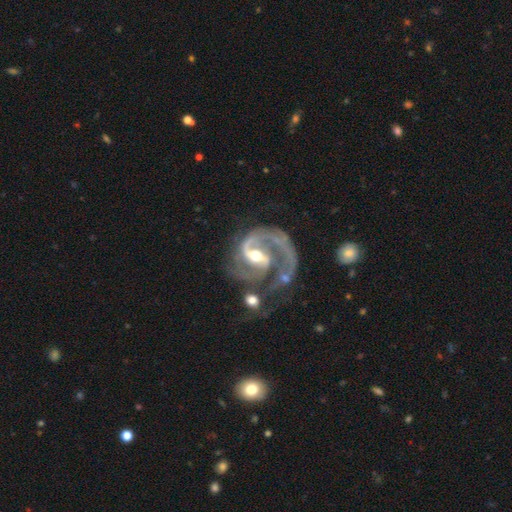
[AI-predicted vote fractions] smooth-or-featured: featured or disk: 92% | star or artifact: 4% | smooth: 4%
  disk-edge-on: no: 98% | yes: 2%
    bar: weak: 44% | strong: 38% | no: 18%
    has-spiral-arms: yes: 97% | no: 3%
      spiral-winding: medium: 54% | loose: 27% | tight: 20%
      spiral-arm-count: 2: 62% | 1: 26% | 3: 4% | can't tell: 4% | 4: 2% | more than 4: 2%
    bulge-size: moderate: 68% | small: 24% | large: 6% | none: 1% | dominant: 1%
  merging: none: 35% | major disturbance: 34% | minor disturbance: 16% | merger: 15%